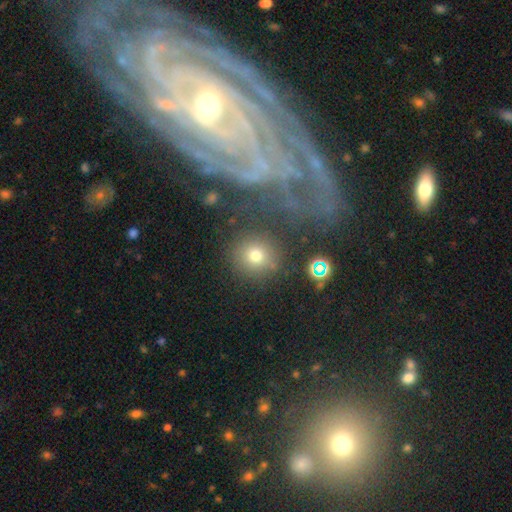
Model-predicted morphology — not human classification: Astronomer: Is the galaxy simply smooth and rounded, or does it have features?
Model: smooth — 69%.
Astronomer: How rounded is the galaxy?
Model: round — 91%.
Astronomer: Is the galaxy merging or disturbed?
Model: none — 79%.